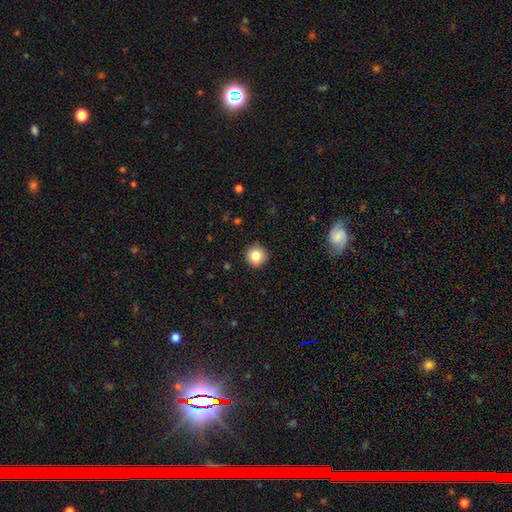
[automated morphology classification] This appears to be a smooth galaxy with no disk features (84%) that is round (94%). Merging: none (92%).